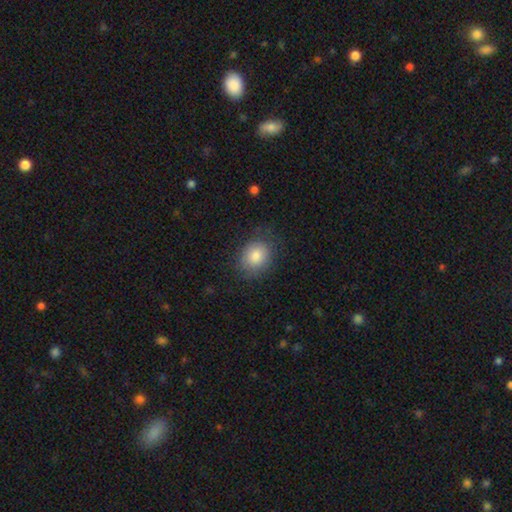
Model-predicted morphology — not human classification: type=smooth (83%); roundness=round (54%); merging=none (79%).